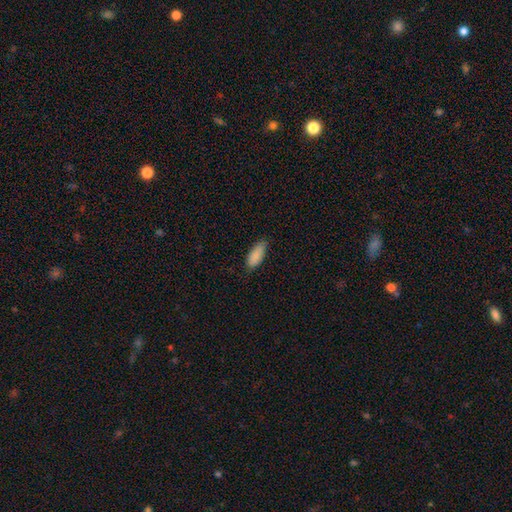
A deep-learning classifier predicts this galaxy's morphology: Smooth or featured? smooth (89%)
How rounded? in between (80%)
Merging? none (73%)